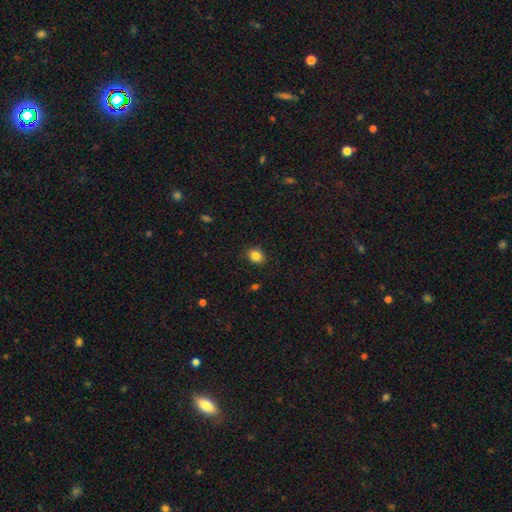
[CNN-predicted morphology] The model was most divided on "how rounded": round: 53%, in between: 46%, cigar-shaped: 1%. More confident: merging — none (88%); smooth or featured — smooth (85%).